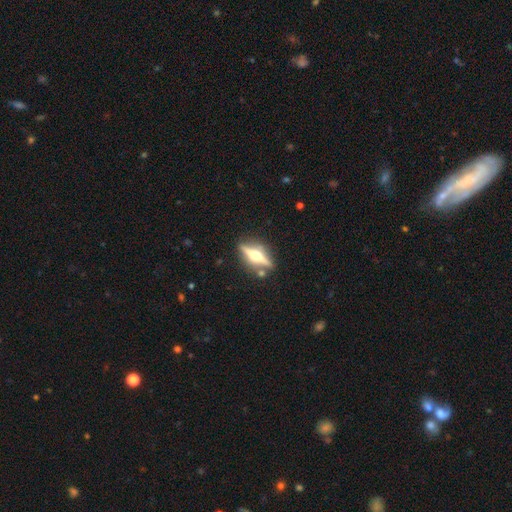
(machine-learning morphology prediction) A featured or disk galaxy (78%) viewed edge-on (96%) with a rounded central bulge (96%).

Vote fractions:
- Smooth or featured? featured or disk: 78% / smooth: 16% / star or artifact: 6%
- Edge-on disk? yes: 96% / no: 4%
- Edge-on bulge? rounded: 96% / boxy: 3% / none: 2%
- Merging? none: 84% / minor disturbance: 9% / merger: 4% / major disturbance: 3%